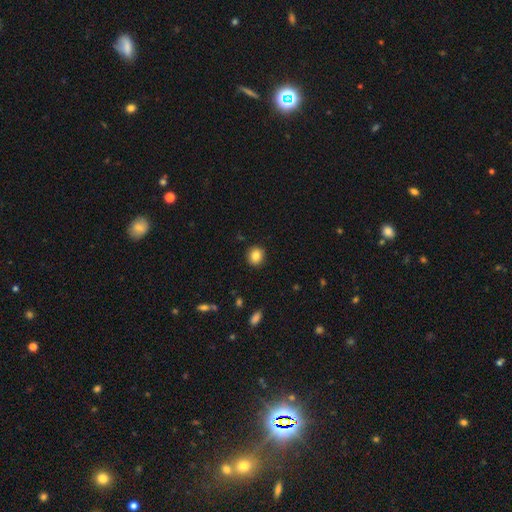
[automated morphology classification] smooth_or_featured: smooth (p=0.84) [alt: star or artifact p=0.10]
how_rounded: round (p=0.82) [alt: in between p=0.17]
merging: none (p=0.91) [alt: minor disturbance p=0.06]